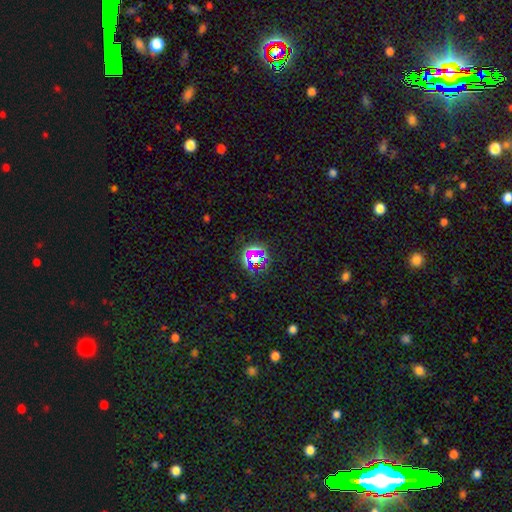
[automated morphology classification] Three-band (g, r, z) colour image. It shows a star or artifact, not a galaxy (61%).